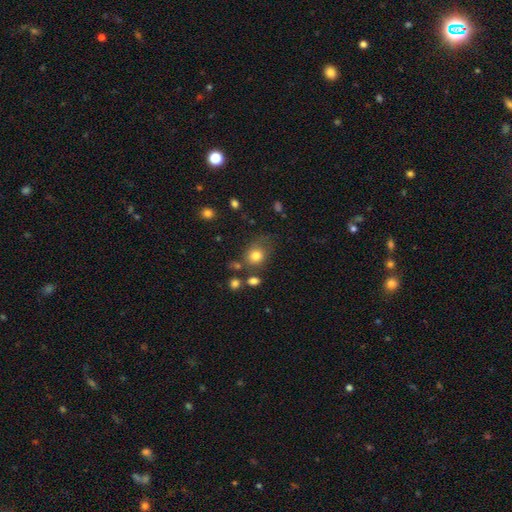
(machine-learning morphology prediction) Smooth or featured? Predicted: smooth (p=0.80). How rounded? Predicted: round (p=0.67). Merging? Predicted: none (p=0.57).